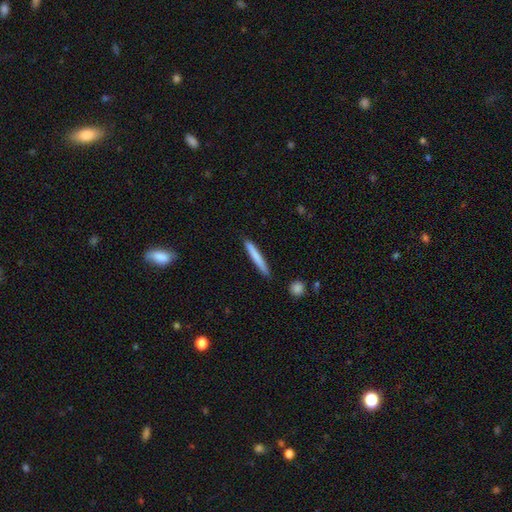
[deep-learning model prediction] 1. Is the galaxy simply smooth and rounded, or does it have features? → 75% smooth, 19% featured or disk, 5% star or artifact.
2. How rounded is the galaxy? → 96% cigar-shaped, 3% in between, 1% round.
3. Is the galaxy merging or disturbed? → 89% none, 8% minor disturbance, 2% merger, 2% major disturbance.